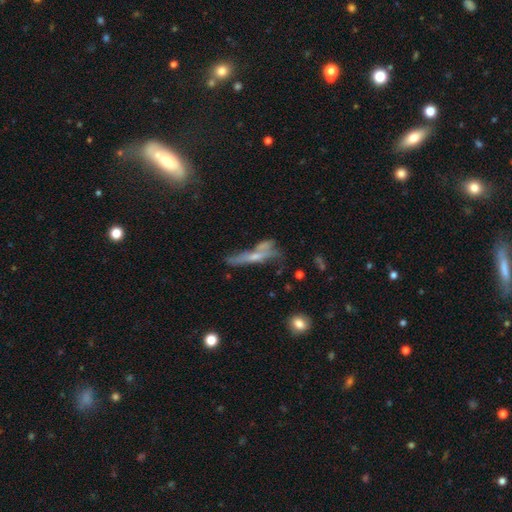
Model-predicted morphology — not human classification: Smooth or featured? Predicted: featured or disk (p=0.49). Merging? Predicted: none (p=0.35).